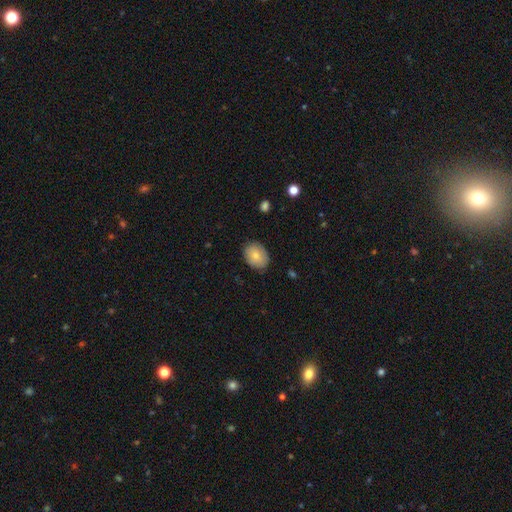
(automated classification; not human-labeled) A smooth galaxy with no disk features (82%) that is in between round and cigar-shaped (67%). Merging: none (83%).